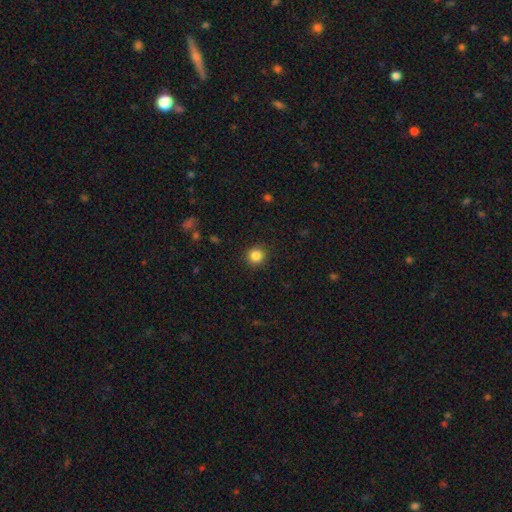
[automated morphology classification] Smooth or featured? Predicted: smooth (p=0.85). How rounded? Predicted: round (p=0.92). Merging? Predicted: none (p=0.91).